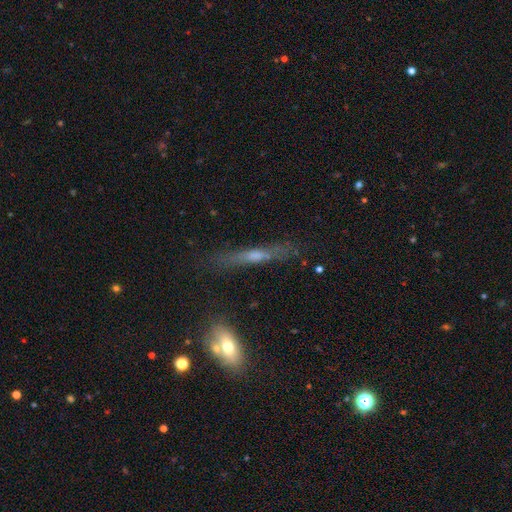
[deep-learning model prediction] Q: Smooth or featured?
A: featured or disk (56%); runner-up: smooth (31%)
Q: Edge-on disk?
A: yes (88%); runner-up: no (12%)
Q: Merging?
A: none (77%); runner-up: minor disturbance (15%)